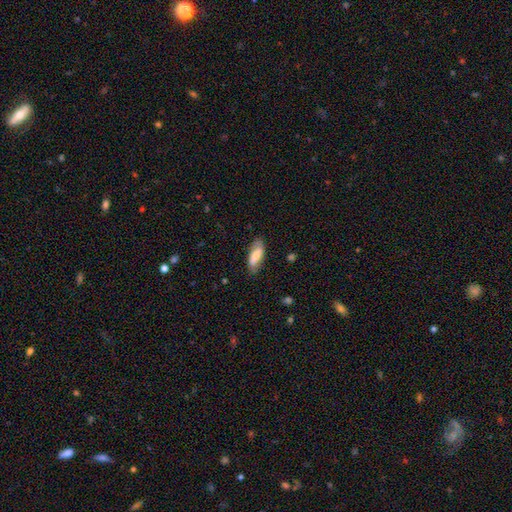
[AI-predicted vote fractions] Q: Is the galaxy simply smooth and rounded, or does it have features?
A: smooth — 60%.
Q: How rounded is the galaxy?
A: in between — 75%.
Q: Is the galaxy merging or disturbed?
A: none — 77%.